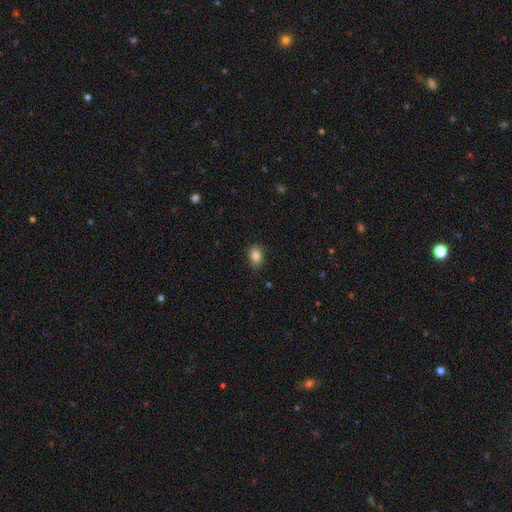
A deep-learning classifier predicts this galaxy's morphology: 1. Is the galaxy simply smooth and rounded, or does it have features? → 85% smooth, 9% star or artifact, 6% featured or disk.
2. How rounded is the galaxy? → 73% in between, 26% round, 1% cigar-shaped.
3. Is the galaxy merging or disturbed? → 85% none, 11% minor disturbance, 2% major disturbance, 1% merger.